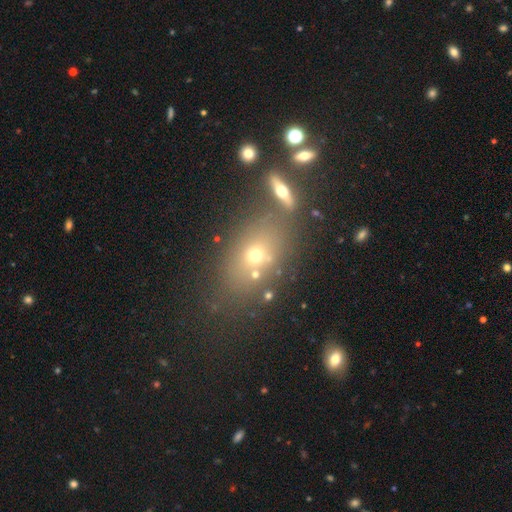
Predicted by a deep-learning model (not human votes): The model was most divided on "how rounded": in between: 65%, round: 32%, cigar-shaped: 4%. More confident: merging — none (60%); smooth or featured — smooth (57%).